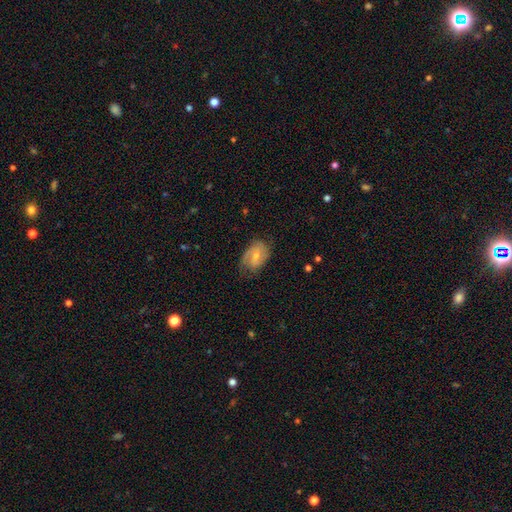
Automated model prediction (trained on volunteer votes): Smooth or featured: featured or disk — 65% (smooth — 28%)
Edge-on disk: no — 97% (yes — 3%)
Bar: weak — 48% (no — 40%)
Spiral arms: yes — 90% (no — 10%)
Spiral winding: medium — 43% (tight — 39%)
Spiral arm count: 2 — 66% (can't tell — 16%)
Bulge size: small — 54% (moderate — 39%)
Merging: none — 65% (minor disturbance — 24%)